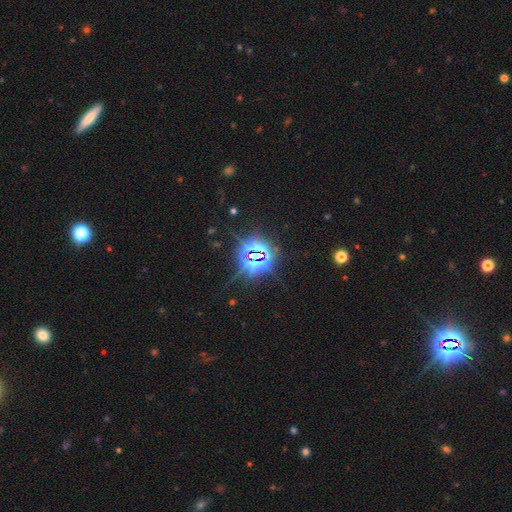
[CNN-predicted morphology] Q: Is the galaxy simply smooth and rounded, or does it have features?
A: star or artifact — 85%.